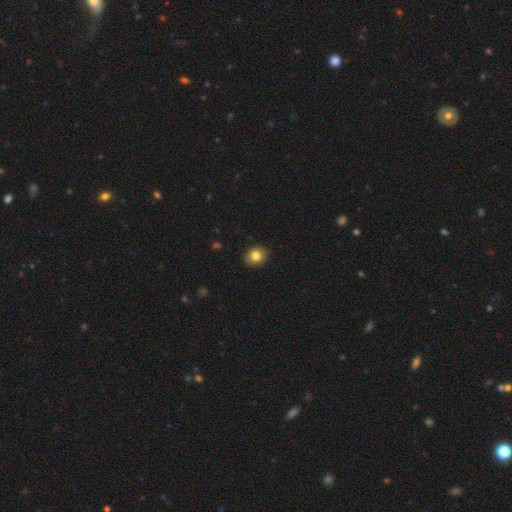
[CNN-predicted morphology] Q: Smooth or featured?
A: smooth (81%); runner-up: star or artifact (10%)
Q: How rounded?
A: round (70%); runner-up: in between (30%)
Q: Merging?
A: none (86%); runner-up: minor disturbance (11%)